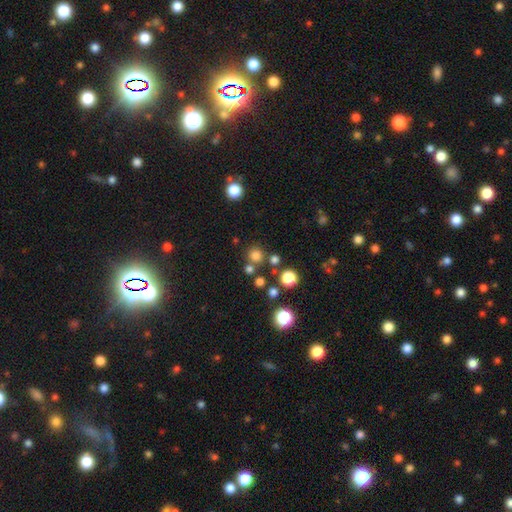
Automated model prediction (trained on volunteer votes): Smooth or featured?
  - smooth: 75% *
  - star or artifact: 19%
  - featured or disk: 6%
How rounded?
  - round: 93% *
  - in between: 6%
  - cigar-shaped: 1%
Merging?
  - none: 78% *
  - merger: 12%
  - minor disturbance: 7%
  - major disturbance: 3%